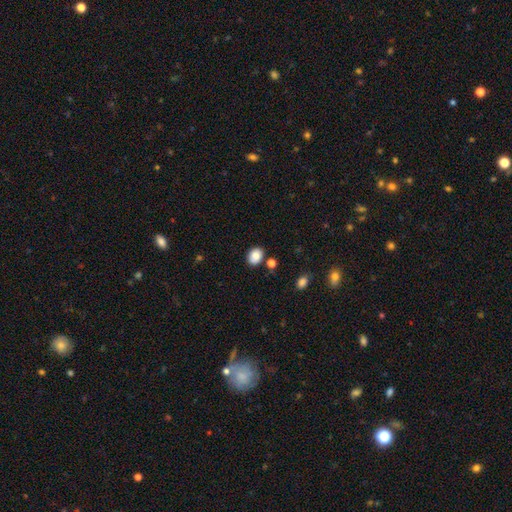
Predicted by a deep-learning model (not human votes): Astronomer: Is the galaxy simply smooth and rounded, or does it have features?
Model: smooth — 83%.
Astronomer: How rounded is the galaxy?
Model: in between — 59% (runner-up: round, 40%).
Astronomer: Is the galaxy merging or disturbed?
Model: none — 80%.